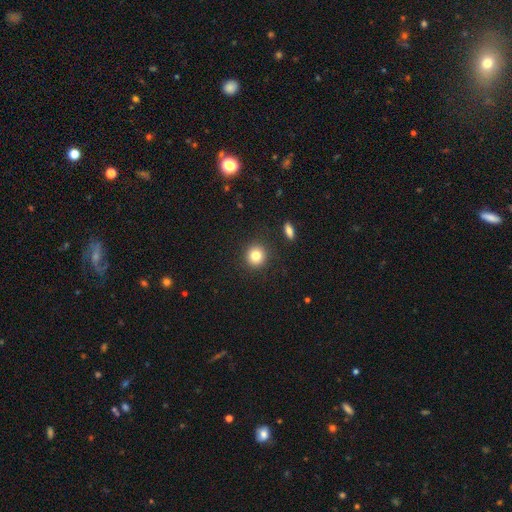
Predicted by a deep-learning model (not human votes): The model was most divided on "smooth or featured": smooth: 80%, star or artifact: 11%, featured or disk: 9%. More confident: how rounded — round (91%); merging — none (91%).